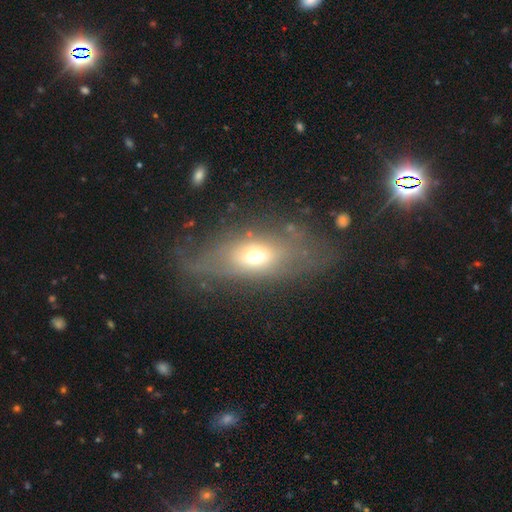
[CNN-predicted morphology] smooth-or-featured: smooth: 46% | featured or disk: 42% | star or artifact: 11%
  merging: none: 50% | major disturbance: 25% | minor disturbance: 22% | merger: 3%